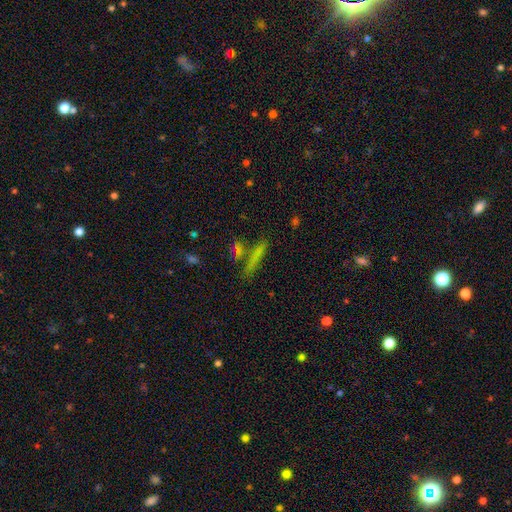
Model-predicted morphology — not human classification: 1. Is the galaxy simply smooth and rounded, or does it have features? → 63% smooth, 24% featured or disk, 13% star or artifact.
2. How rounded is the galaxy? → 88% cigar-shaped, 8% in between, 4% round.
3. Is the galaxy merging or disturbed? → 74% none, 12% merger, 10% minor disturbance, 4% major disturbance.